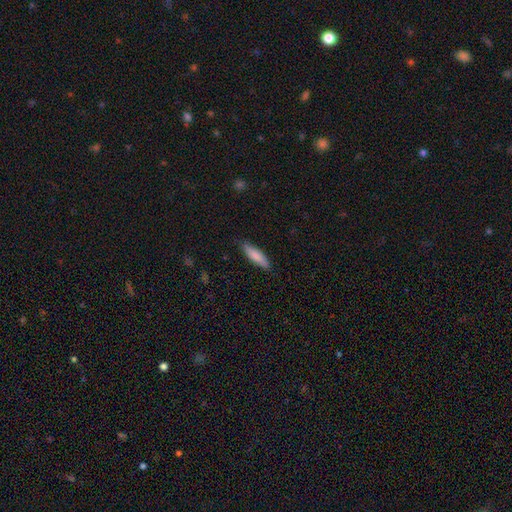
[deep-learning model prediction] Smooth or featured?
  - smooth: 82% *
  - featured or disk: 12%
  - star or artifact: 6%
How rounded?
  - cigar-shaped: 69% *
  - in between: 30%
  - round: 1%
Merging?
  - none: 85% *
  - minor disturbance: 11%
  - major disturbance: 2%
  - merger: 1%